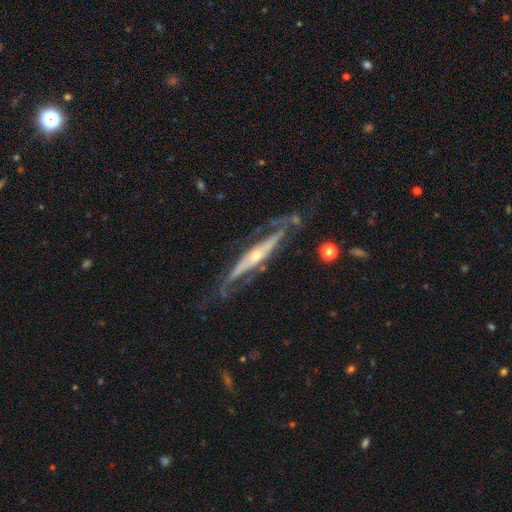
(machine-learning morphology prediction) featured or disk 86%, smooth 9%, star or artifact 5%. Down the decision tree: edge-on disk — yes (54%); merging — none (61%).